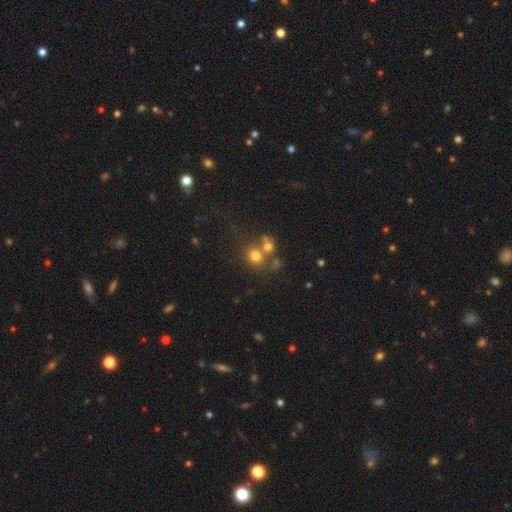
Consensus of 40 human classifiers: Smooth or featured: smooth — 80% (featured or disk — 10%)
How rounded: round — 78% (in between — 22%)
Merging: merger — 47% (none — 42%)